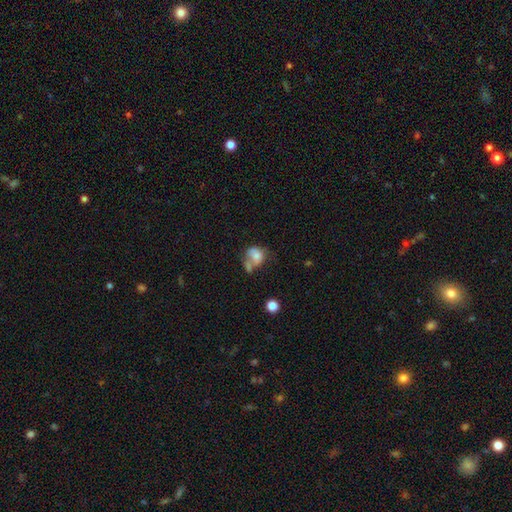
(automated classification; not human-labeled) smooth 63%, featured or disk 26%, star or artifact 10%. Down the decision tree: how rounded — round (51%); merging — merger (42%).